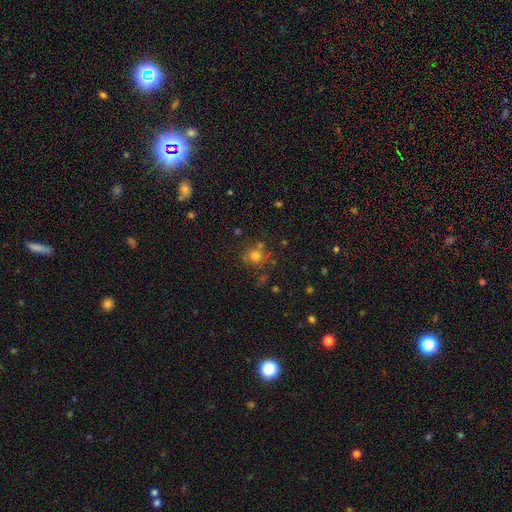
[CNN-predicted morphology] A smooth galaxy with no disk features (71%) that is round (87%).

Vote fractions:
- Smooth or featured? smooth: 71% / star or artifact: 17% / featured or disk: 11%
- How rounded? round: 87% / in between: 12% / cigar-shaped: 1%
- Merging? none: 70% / minor disturbance: 14% / merger: 11% / major disturbance: 5%